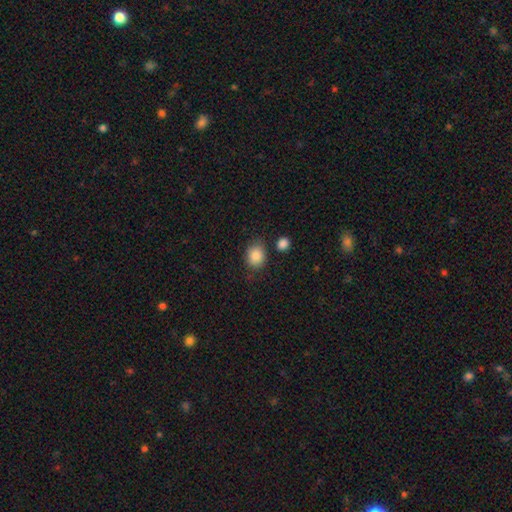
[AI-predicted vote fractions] smooth 86%, star or artifact 9%, featured or disk 5%. Down the decision tree: how rounded — round (59%); merging — none (75%).